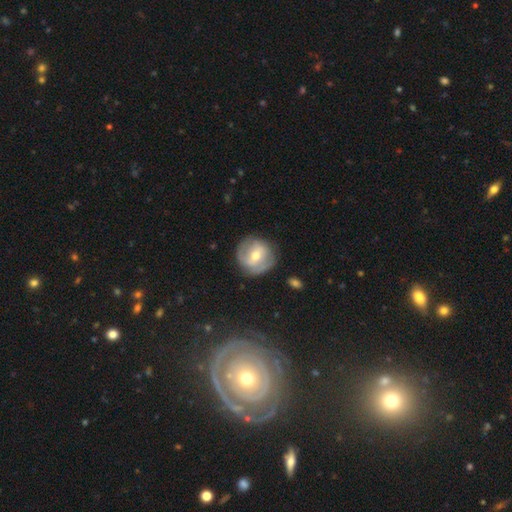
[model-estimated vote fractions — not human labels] Smooth or featured?
  - featured or disk: 55% *
  - smooth: 38%
  - star or artifact: 7%
Edge-on disk?
  - no: 96% *
  - yes: 4%
Bar?
  - weak: 47% *
  - no: 31%
  - strong: 22%
Spiral arms?
  - yes: 65% *
  - no: 35%
Bulge size?
  - moderate: 68% *
  - small: 26%
  - large: 4%
  - none: 1%
  - dominant: 1%
Merging?
  - none: 77% *
  - minor disturbance: 16%
  - major disturbance: 5%
  - merger: 2%